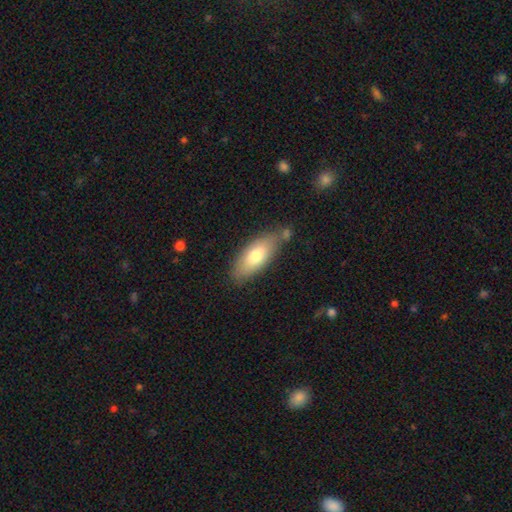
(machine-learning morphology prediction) Smooth or featured? smooth (72%)
How rounded? in between (78%)
Merging? none (68%)